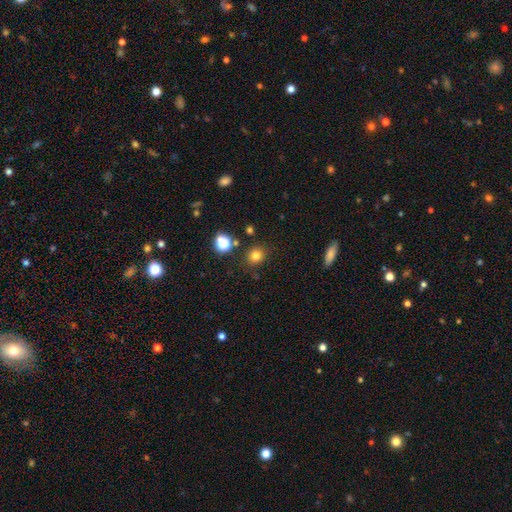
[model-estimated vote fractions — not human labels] smooth 78%, star or artifact 16%, featured or disk 6%. Down the decision tree: how rounded — round (82%); merging — none (85%).